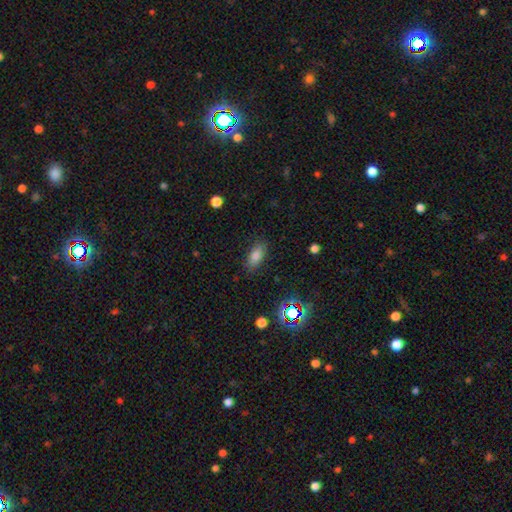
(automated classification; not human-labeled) Morphology: type=smooth (79%); roundness=in between (86%); merging=none (83%).